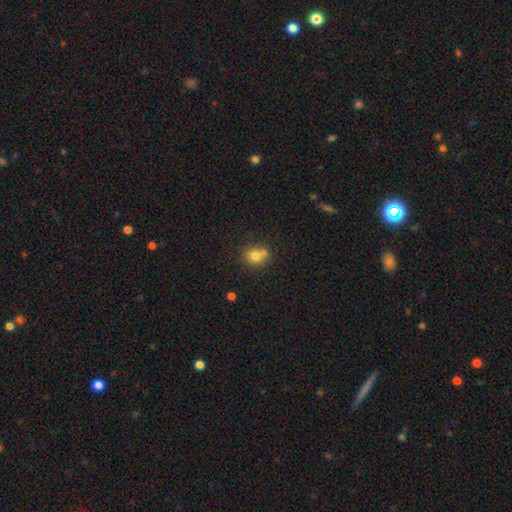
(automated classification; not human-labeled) A smooth galaxy with no disk features (73%) that is round (75%). Merging: none (52%).